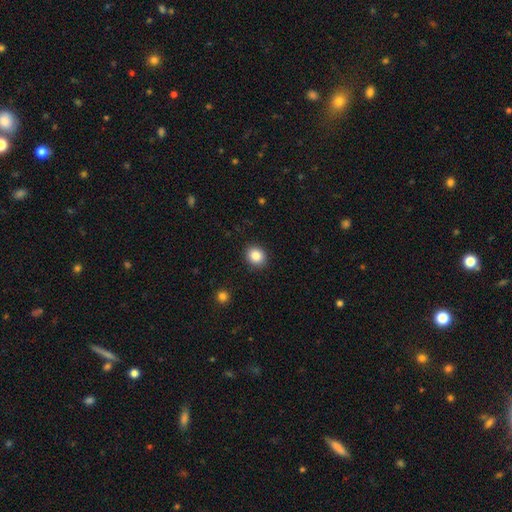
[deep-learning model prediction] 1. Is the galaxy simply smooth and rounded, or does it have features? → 86% smooth, 10% star or artifact, 5% featured or disk.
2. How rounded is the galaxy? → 73% round, 26% in between, 1% cigar-shaped.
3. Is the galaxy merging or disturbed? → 90% none, 6% minor disturbance, 2% major disturbance, 1% merger.